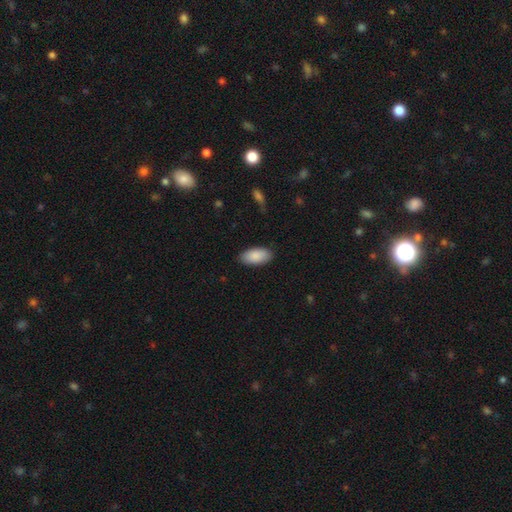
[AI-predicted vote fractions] Smooth or featured: smooth — 90% (star or artifact — 6%)
How rounded: in between — 94% (cigar-shaped — 4%)
Merging: none — 87% (minor disturbance — 10%)